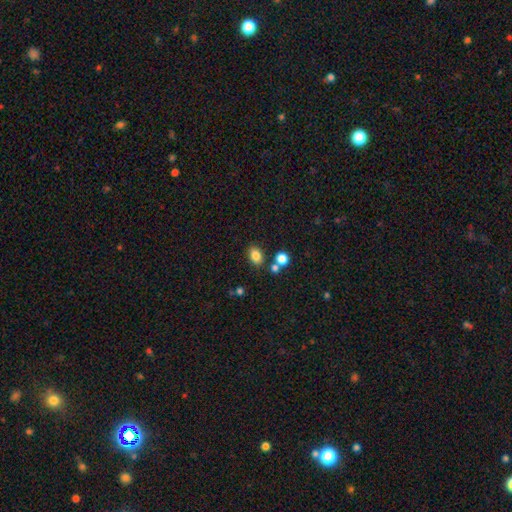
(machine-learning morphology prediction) Smooth or featured? smooth (82%)
How rounded? in between (71%)
Merging? none (76%)